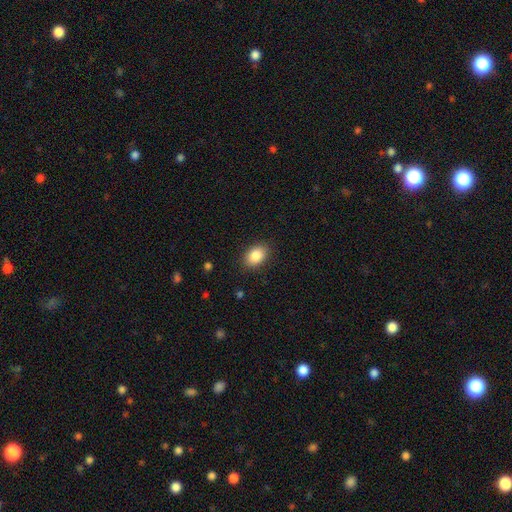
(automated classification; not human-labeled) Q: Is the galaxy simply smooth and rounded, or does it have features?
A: smooth — 87%.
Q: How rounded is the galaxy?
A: in between — 83%.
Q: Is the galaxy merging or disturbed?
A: none — 87%.